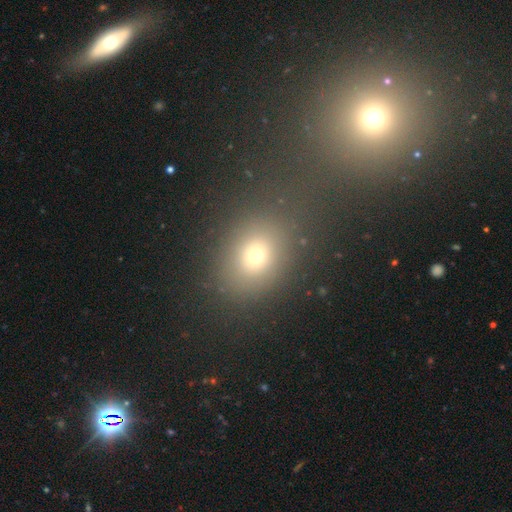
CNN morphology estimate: Overall: smooth (62%; star or artifact 26%). How rounded: round (53%; in between 46%). Merging: none (80%).